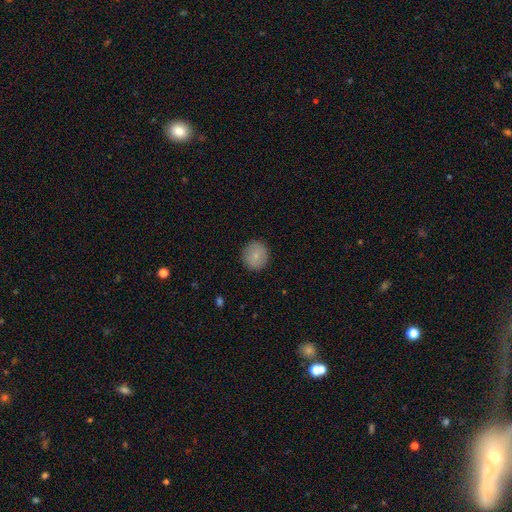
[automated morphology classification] Smooth or featured: smooth — 82% (featured or disk — 10%)
How rounded: round — 92% (in between — 7%)
Merging: none — 91% (minor disturbance — 7%)